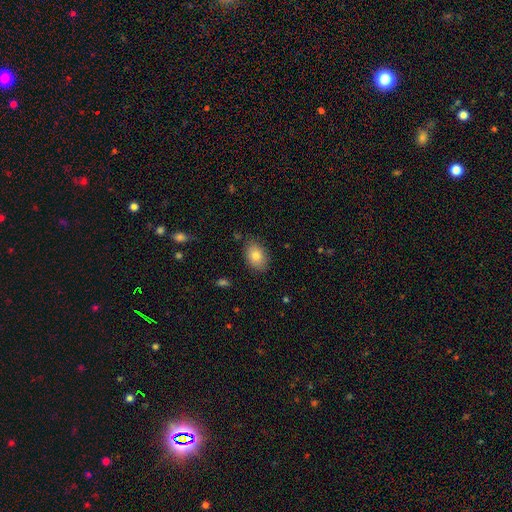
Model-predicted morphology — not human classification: type=smooth (80%); roundness=in between (83%); merging=none (82%).